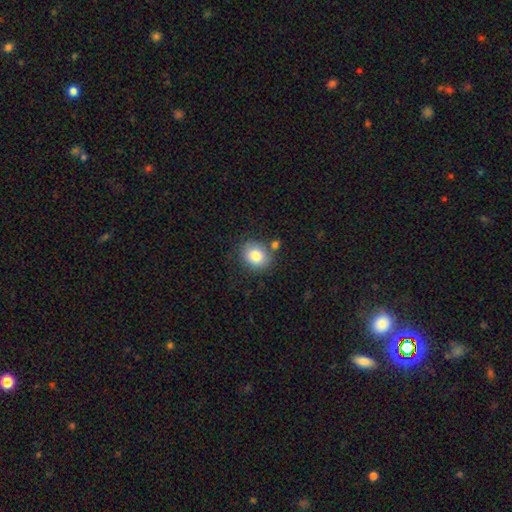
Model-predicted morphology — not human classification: A smooth galaxy with no disk features (82%) that is round (65%).

Vote fractions:
- Smooth or featured? smooth: 82% / featured or disk: 10% / star or artifact: 9%
- How rounded? round: 65% / in between: 34% / cigar-shaped: 1%
- Merging? none: 73% / minor disturbance: 14% / merger: 9% / major disturbance: 4%